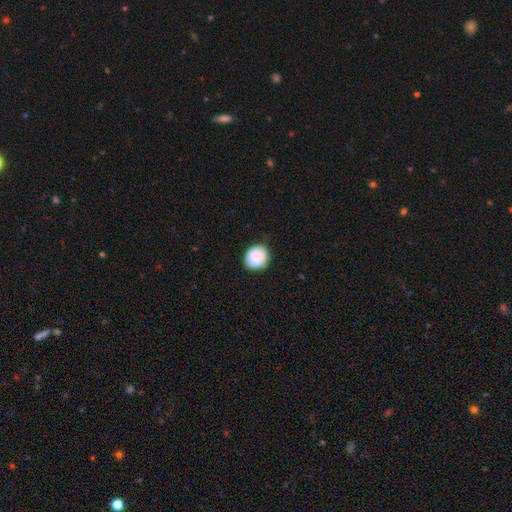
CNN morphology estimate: This is likely a smooth galaxy (72%). How rounded: likely round (73%). Merging: possibly none (59%).